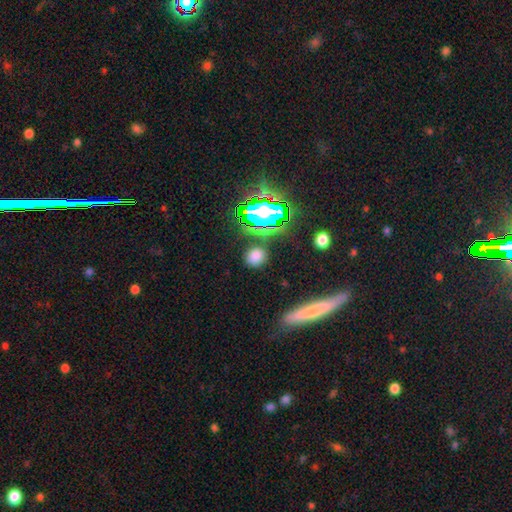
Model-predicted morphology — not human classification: The model was most divided on "smooth or featured": smooth: 70%, star or artifact: 23%, featured or disk: 7%. More confident: merging — none (85%); how rounded — round (80%).